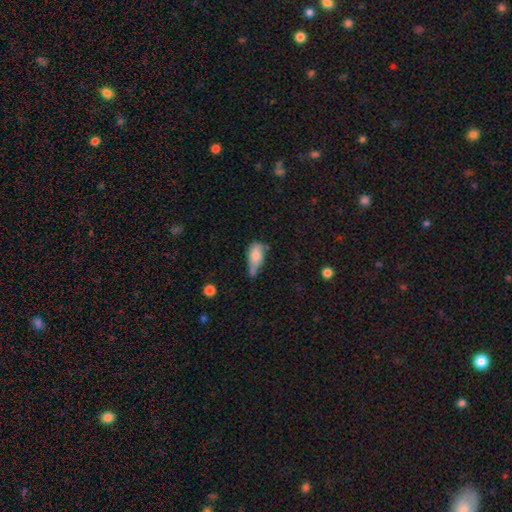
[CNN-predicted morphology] Smooth or featured?
  - smooth: 76% *
  - featured or disk: 16%
  - star or artifact: 8%
How rounded?
  - in between: 83% *
  - cigar-shaped: 12%
  - round: 5%
Merging?
  - minor disturbance: 39% *
  - none: 30%
  - merger: 16%
  - major disturbance: 15%